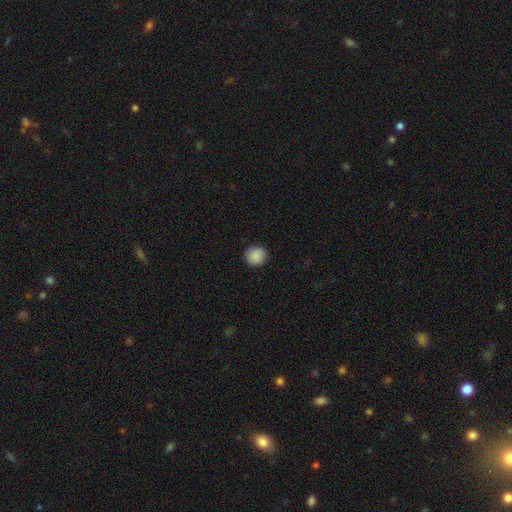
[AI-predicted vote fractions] Morphology: type=smooth (89%); roundness=round (92%); merging=none (91%).